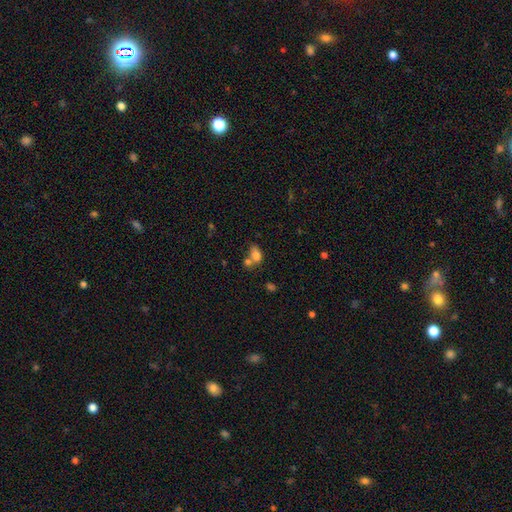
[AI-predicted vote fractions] Smooth or featured? smooth (64%)
How rounded? in between (69%)
Merging? none (44%)